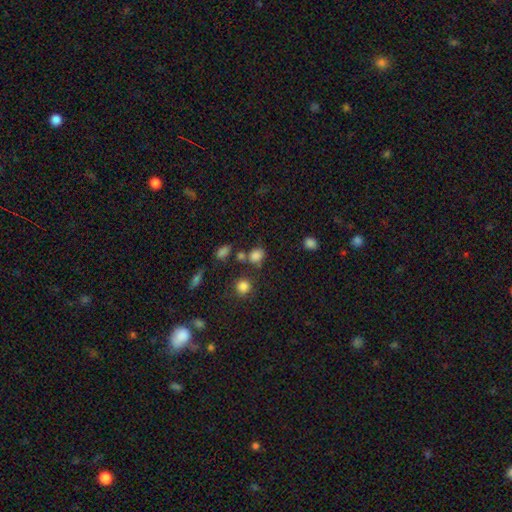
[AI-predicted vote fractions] This is likely a smooth galaxy (80%). How rounded: possibly round (57%). Merging: likely none (64%).